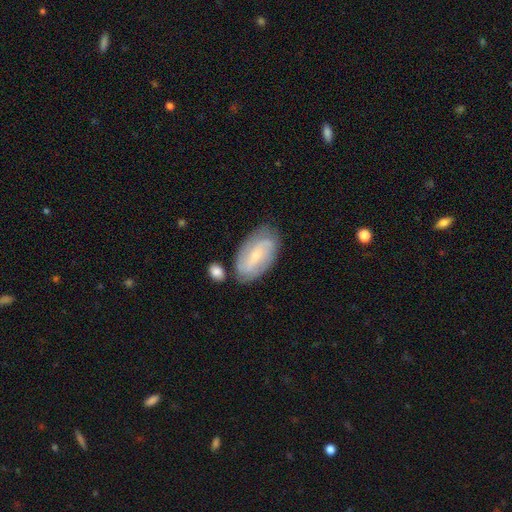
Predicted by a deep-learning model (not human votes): Smooth or featured: featured or disk — 67% (smooth — 27%)
Edge-on disk: no — 94% (yes — 6%)
Bar: weak — 47% (no — 31%)
Spiral arms: yes — 89% (no — 11%)
Spiral winding: medium — 40% (tight — 36%)
Spiral arm count: 2 — 62% (can't tell — 23%)
Bulge size: small — 68% (moderate — 25%)
Merging: none — 72% (minor disturbance — 17%)